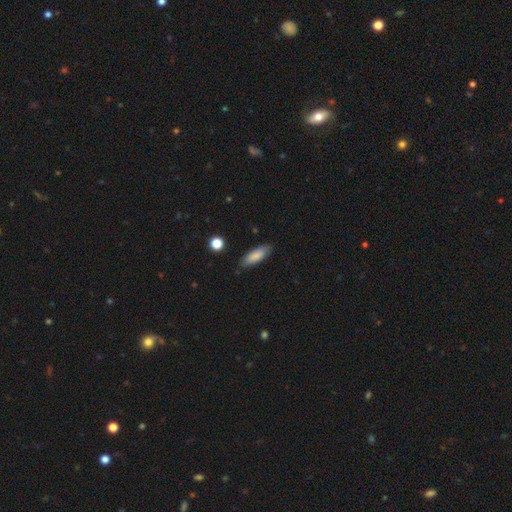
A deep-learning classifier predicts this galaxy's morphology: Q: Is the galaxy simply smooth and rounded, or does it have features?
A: smooth — 83%.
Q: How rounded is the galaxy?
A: in between — 56%.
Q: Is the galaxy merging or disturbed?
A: none — 83%.